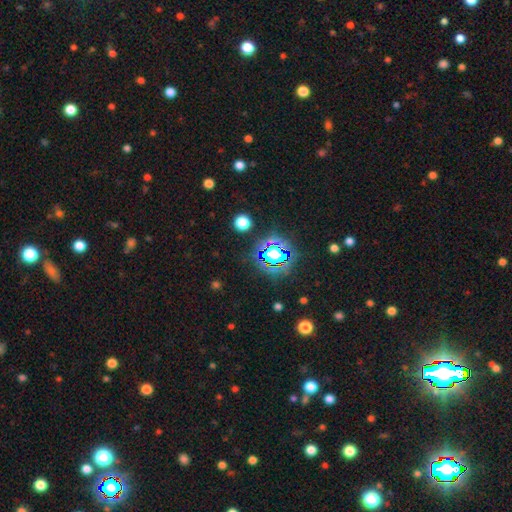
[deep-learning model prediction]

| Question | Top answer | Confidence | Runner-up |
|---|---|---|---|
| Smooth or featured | star or artifact | 80% | smooth (12%) |